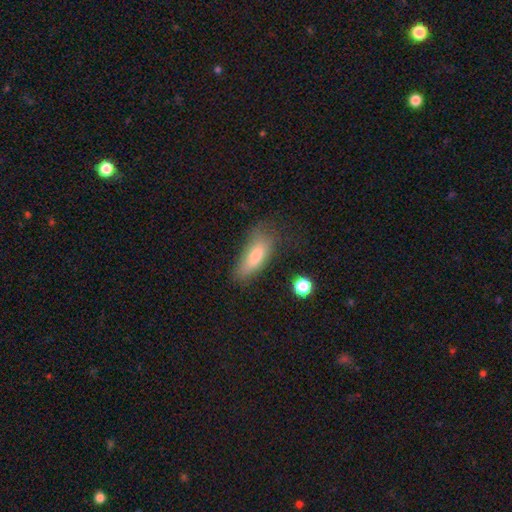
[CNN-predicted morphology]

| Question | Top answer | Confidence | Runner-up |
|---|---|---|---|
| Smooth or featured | smooth | 76% | featured or disk (16%) |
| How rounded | in between | 69% | cigar-shaped (28%) |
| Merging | none | 52% | minor disturbance (30%) |